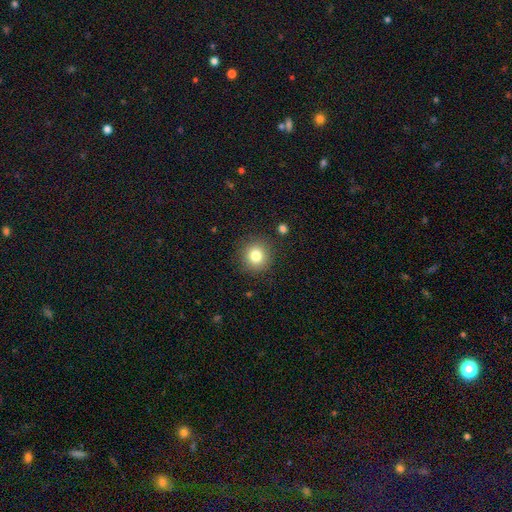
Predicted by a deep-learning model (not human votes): Morphology: type=smooth (81%); roundness=round (92%); merging=none (88%).